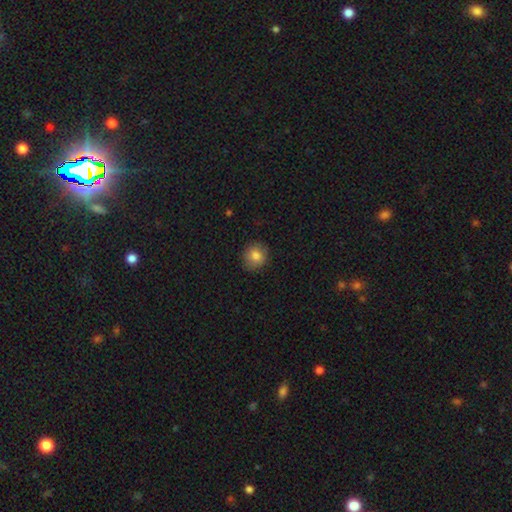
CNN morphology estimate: Overall: smooth (82%). How rounded: round (87%). Merging: none (88%).